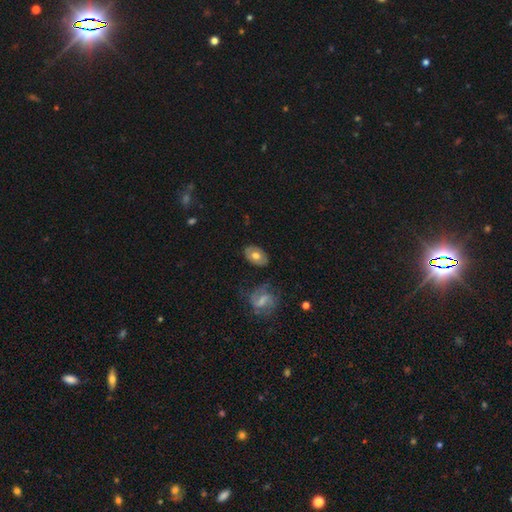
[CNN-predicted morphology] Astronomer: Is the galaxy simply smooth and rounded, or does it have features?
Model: smooth — 55% (runner-up: featured or disk, 38%).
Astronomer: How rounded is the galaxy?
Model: in between — 85%.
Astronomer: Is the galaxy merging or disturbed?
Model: none — 77%.